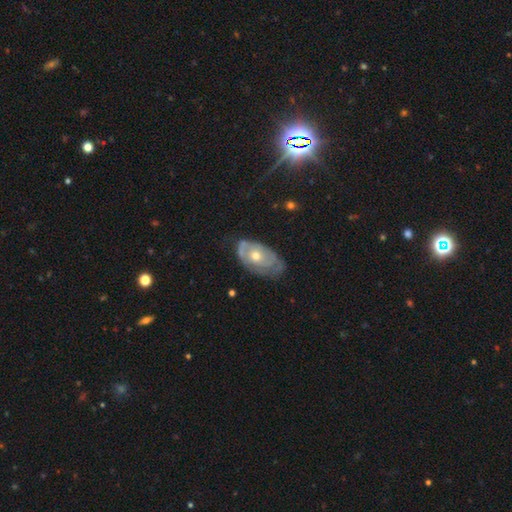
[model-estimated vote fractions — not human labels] Smooth or featured? Predicted: featured or disk (p=0.68). Edge-on disk? Predicted: no (p=0.93). Bar? Predicted: no (p=0.84). Spiral arms? Predicted: yes (p=0.65). Bulge size? Predicted: moderate (p=0.61). Merging? Predicted: none (p=0.53).